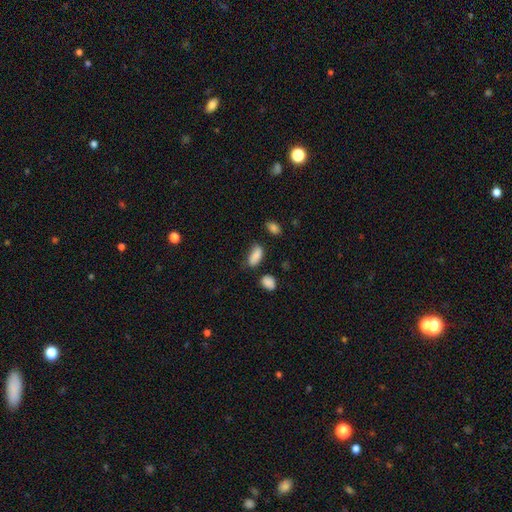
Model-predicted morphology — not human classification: Smooth or featured? Predicted: smooth (p=0.85). How rounded? Predicted: in between (p=0.89). Merging? Predicted: none (p=0.58).